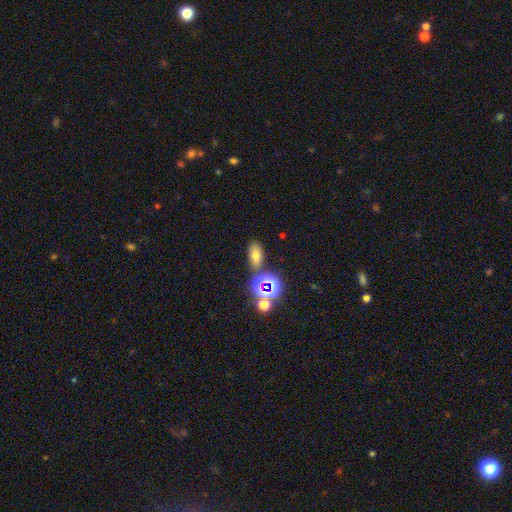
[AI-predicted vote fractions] smooth-or-featured: smooth: 65% | star or artifact: 24% | featured or disk: 11%
  how-rounded: in between: 83% | round: 13% | cigar-shaped: 4%
  merging: none: 75% | minor disturbance: 11% | merger: 10% | major disturbance: 4%